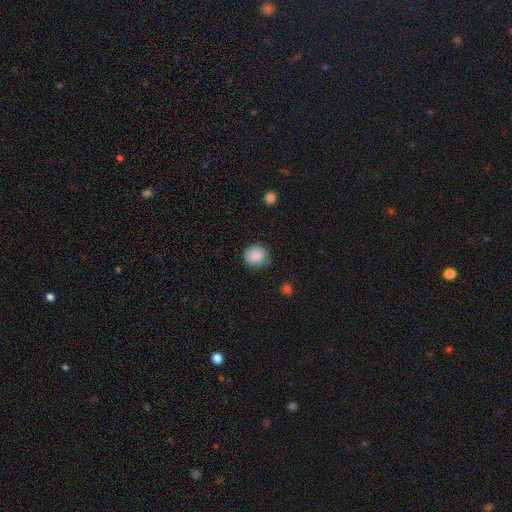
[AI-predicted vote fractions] Q: Smooth or featured?
A: smooth (87%); runner-up: star or artifact (8%)
Q: How rounded?
A: round (87%); runner-up: in between (12%)
Q: Merging?
A: none (75%); runner-up: minor disturbance (20%)